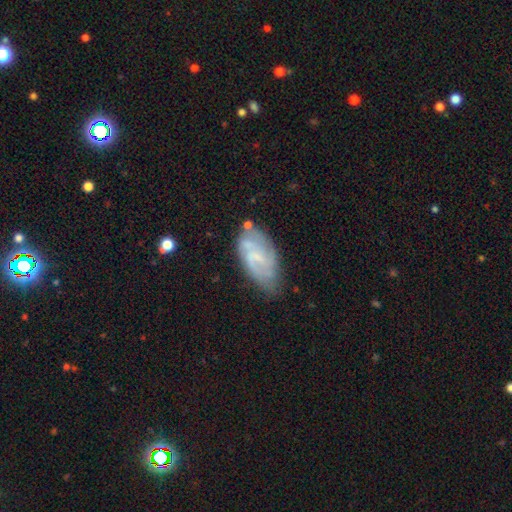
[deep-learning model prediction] A featured or disk galaxy (69%) with a weak bar (50%), 2 (45%) medium (44%) spiral arms (87%) and a small central bulge (49%). Merging: none (61%).